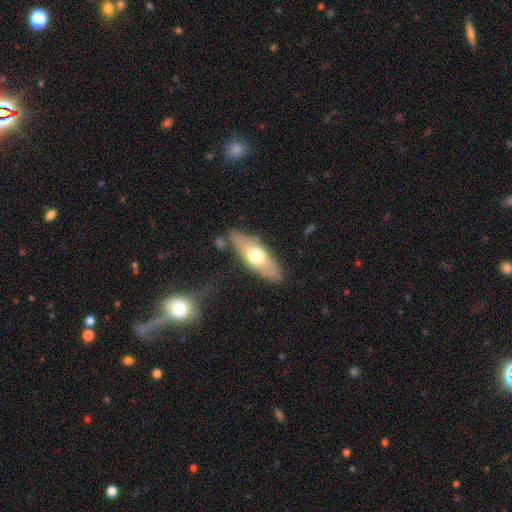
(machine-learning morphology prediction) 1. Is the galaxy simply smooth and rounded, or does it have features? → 56% smooth, 38% featured or disk, 6% star or artifact.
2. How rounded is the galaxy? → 60% in between, 37% cigar-shaped, 3% round.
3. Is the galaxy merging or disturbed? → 79% none, 13% minor disturbance, 4% merger, 4% major disturbance.